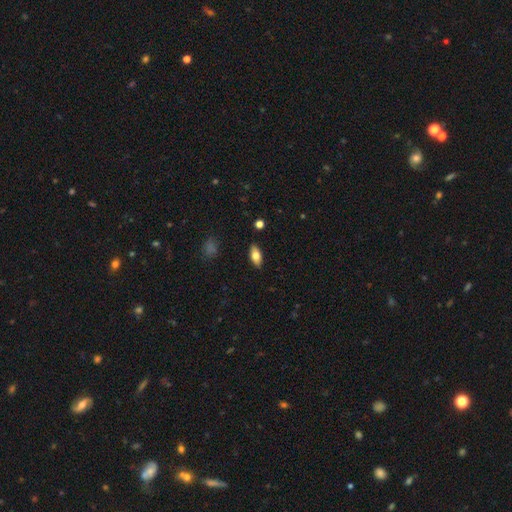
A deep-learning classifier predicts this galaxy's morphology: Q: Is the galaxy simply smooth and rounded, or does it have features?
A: smooth — 73%.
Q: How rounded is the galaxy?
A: in between — 86%.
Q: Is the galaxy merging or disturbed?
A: none — 88%.